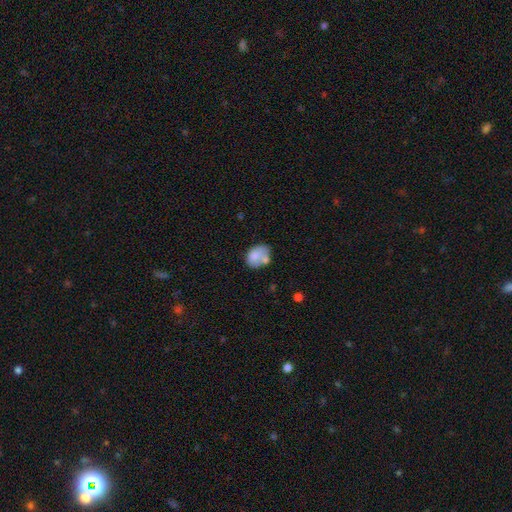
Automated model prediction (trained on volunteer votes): Smooth or featured? smooth (75%)
How rounded? in between (69%)
Merging? none (44%)